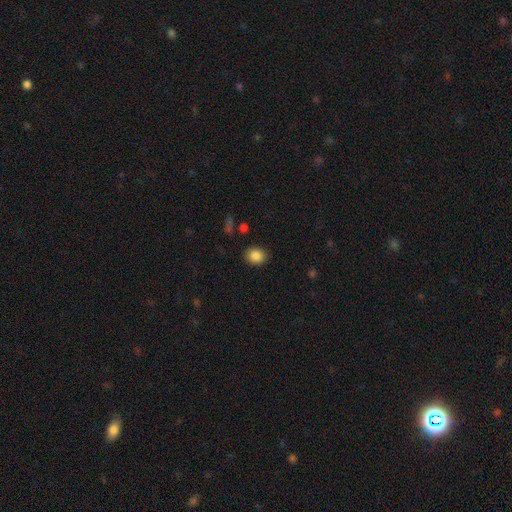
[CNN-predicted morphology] Smooth or featured? smooth (86%)
How rounded? round (59%)
Merging? none (89%)